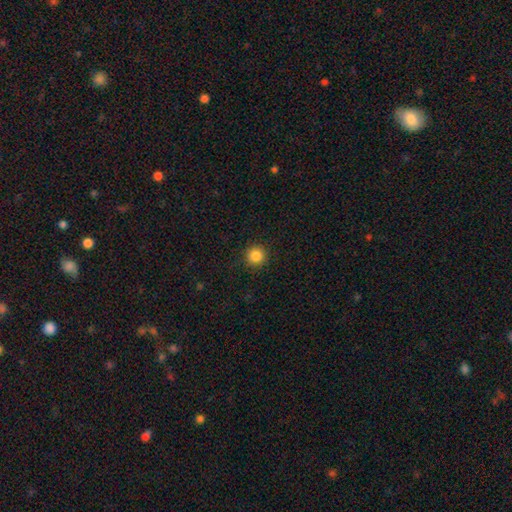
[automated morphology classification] smooth 85%, star or artifact 11%, featured or disk 4%. Down the decision tree: how rounded — round (95%); merging — none (92%).